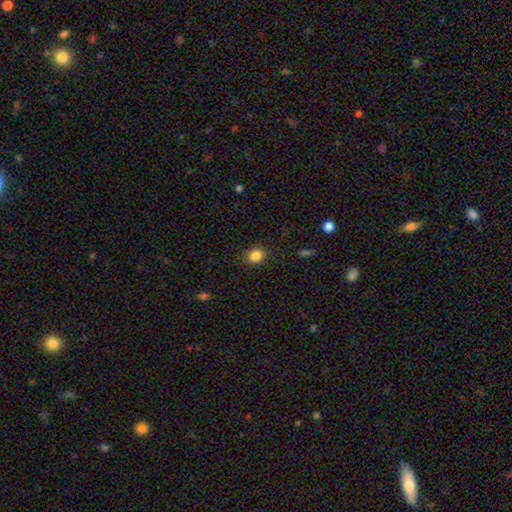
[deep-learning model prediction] smooth_or_featured: smooth (p=0.85) [alt: star or artifact p=0.10]
how_rounded: in between (p=0.53) [alt: round p=0.46]
merging: none (p=0.84) [alt: minor disturbance p=0.11]